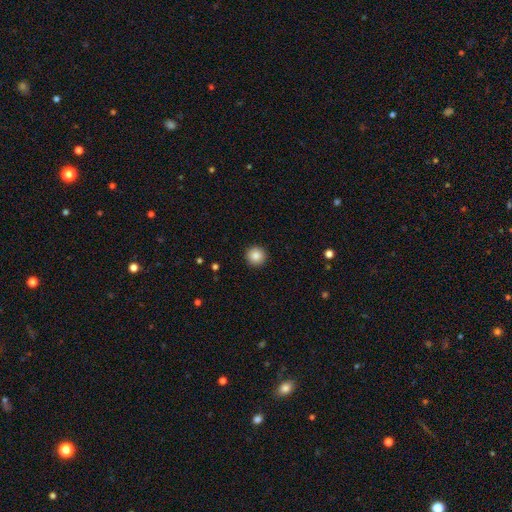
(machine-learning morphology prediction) This is clearly a smooth galaxy (86%). How rounded: clearly round (95%). Merging: clearly none (93%).